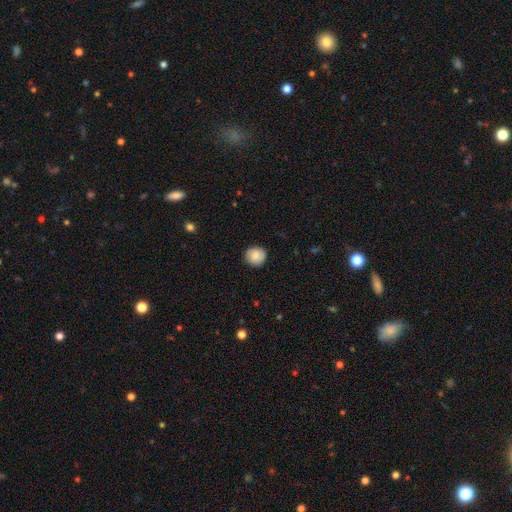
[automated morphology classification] Overall: smooth (80%). How rounded: round (91%). Merging: none (87%).